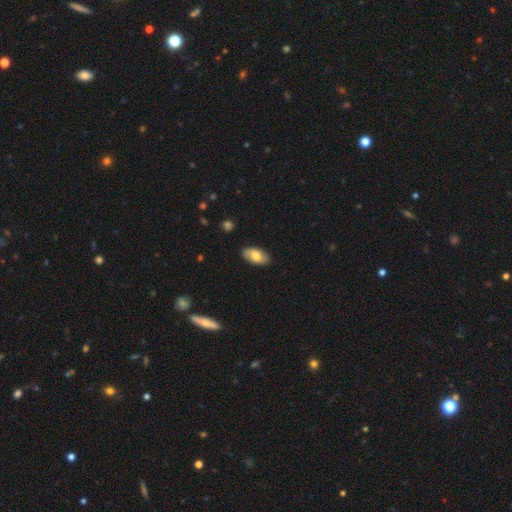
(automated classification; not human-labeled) This appears to be a smooth galaxy with no disk features (76%) that is in between round and cigar-shaped (94%). Merging: none (86%).